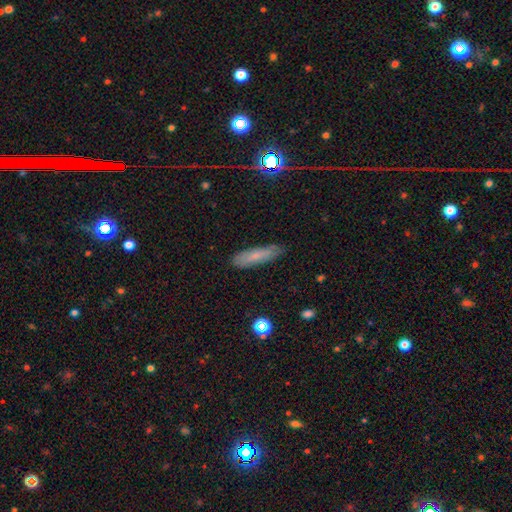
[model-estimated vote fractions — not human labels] Smooth or featured? Predicted: smooth (p=0.69). How rounded? Predicted: cigar-shaped (p=0.69). Merging? Predicted: none (p=0.81).